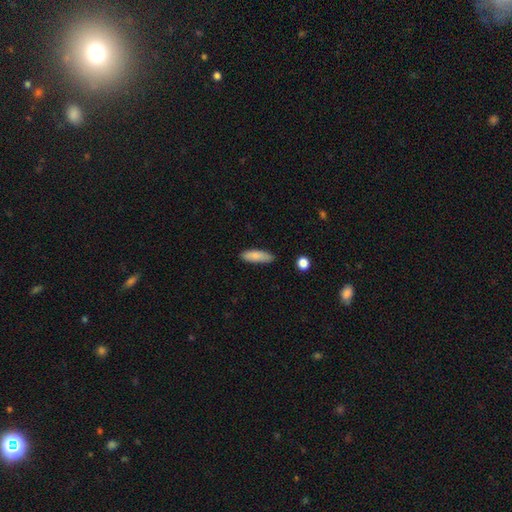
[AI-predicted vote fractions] Smooth or featured? smooth (84%)
How rounded? in between (53%)
Merging? none (82%)